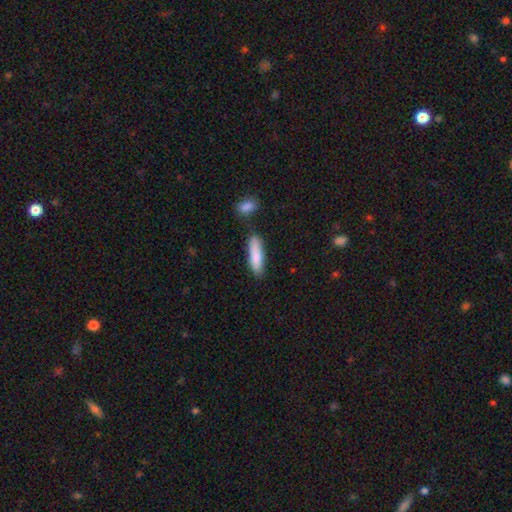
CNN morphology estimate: Smooth or featured? smooth (84%)
How rounded? cigar-shaped (60%)
Merging? none (72%)